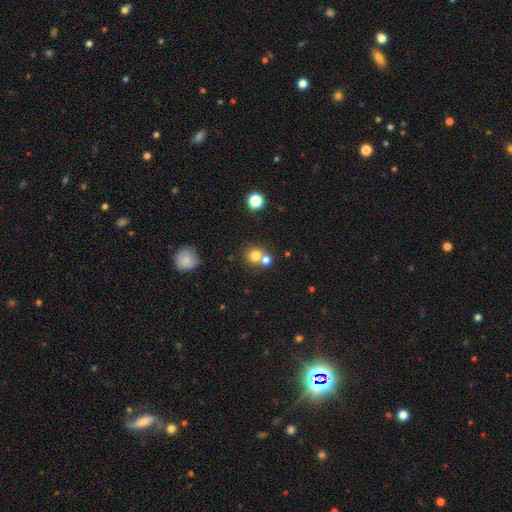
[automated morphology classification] This is likely a smooth galaxy (76%). How rounded: clearly round (86%). Merging: possibly none (46%, tied with merger).